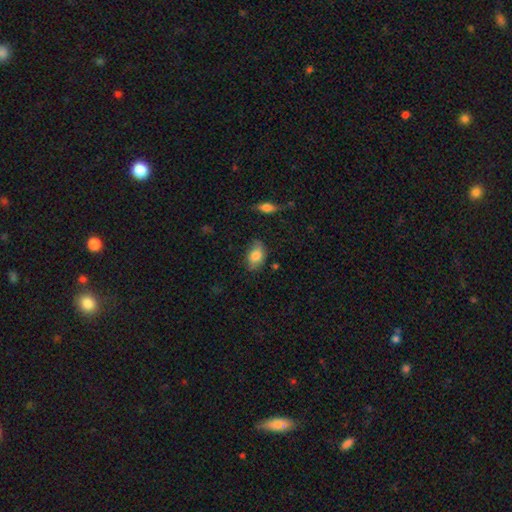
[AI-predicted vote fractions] Smooth or featured: smooth — 79% (featured or disk — 13%)
How rounded: in between — 85% (round — 13%)
Merging: none — 70% (minor disturbance — 23%)